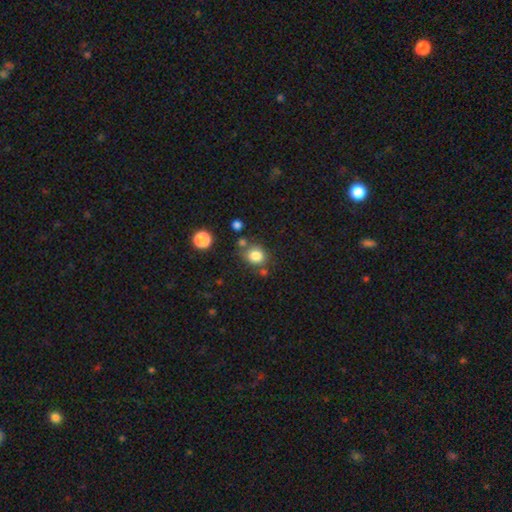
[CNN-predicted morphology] The model was most divided on "how rounded": round: 77%, in between: 23%, cigar-shaped: 1%. More confident: smooth or featured — smooth (82%); merging — none (69%).